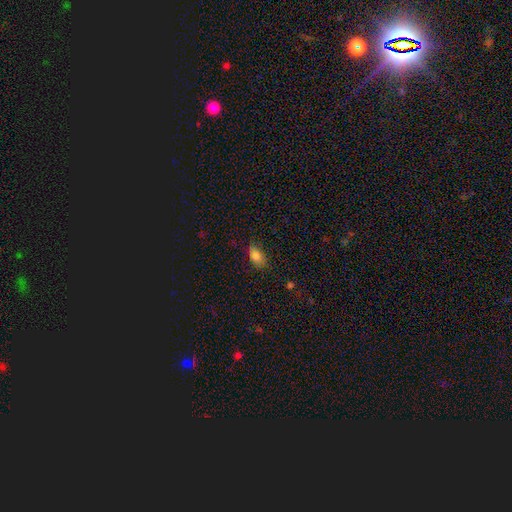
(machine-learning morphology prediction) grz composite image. It shows a smooth galaxy with no disk features (83%) that is in between round and cigar-shaped (89%). Merging: none (79%).